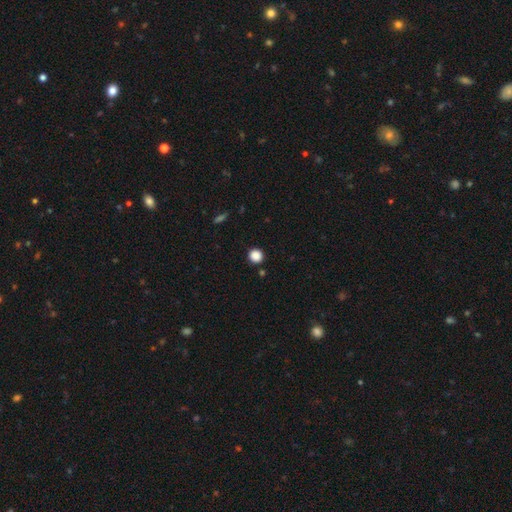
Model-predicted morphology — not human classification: A smooth galaxy with no disk features (87%) that is round (92%).

Vote fractions:
- Smooth or featured? smooth: 87% / star or artifact: 11% / featured or disk: 3%
- How rounded? round: 92% / in between: 7% / cigar-shaped: 1%
- Merging? none: 90% / minor disturbance: 6% / merger: 2% / major disturbance: 2%